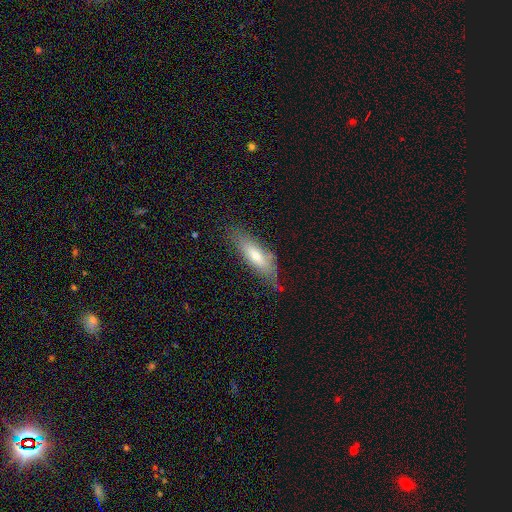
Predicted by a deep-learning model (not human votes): A smooth galaxy with no disk features (62%) that is cigar-shaped (60%). Merging: none (68%).